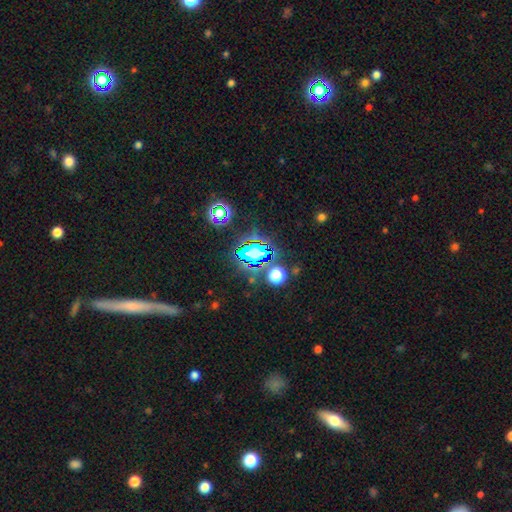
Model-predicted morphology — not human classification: Smooth or featured: star or artifact — 71% (smooth — 18%)